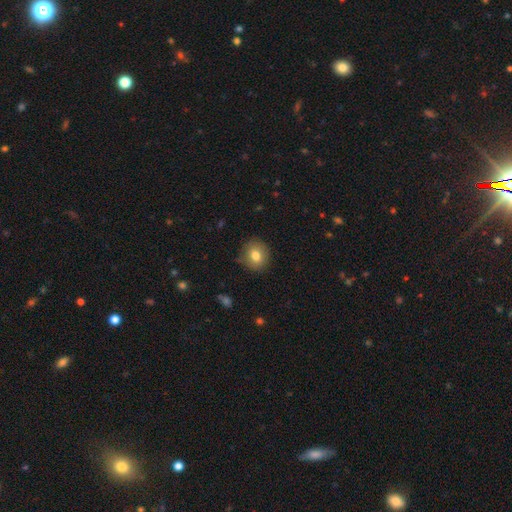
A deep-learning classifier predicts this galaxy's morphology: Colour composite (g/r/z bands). It shows a smooth galaxy with no disk features (78%) that is round (82%). Merging: none (83%).